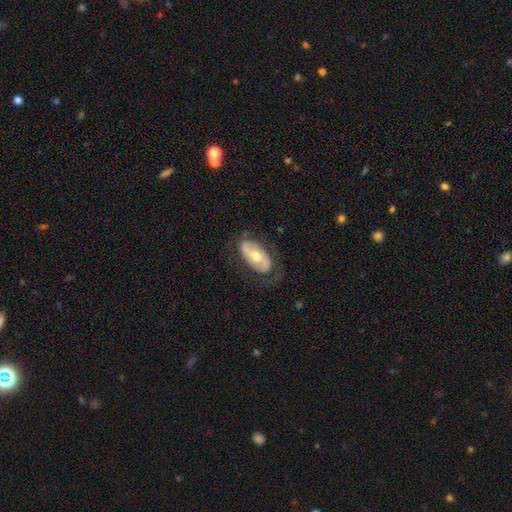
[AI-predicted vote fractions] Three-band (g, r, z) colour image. It shows a featured or disk galaxy (54%). Merging: none (70%).